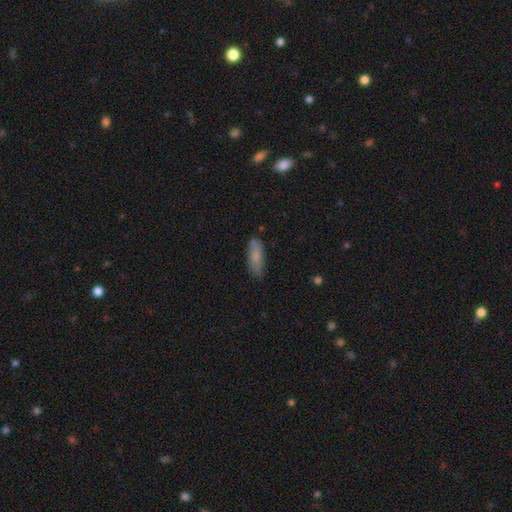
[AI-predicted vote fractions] Smooth or featured? smooth (76%)
How rounded? in between (63%)
Merging? none (76%)